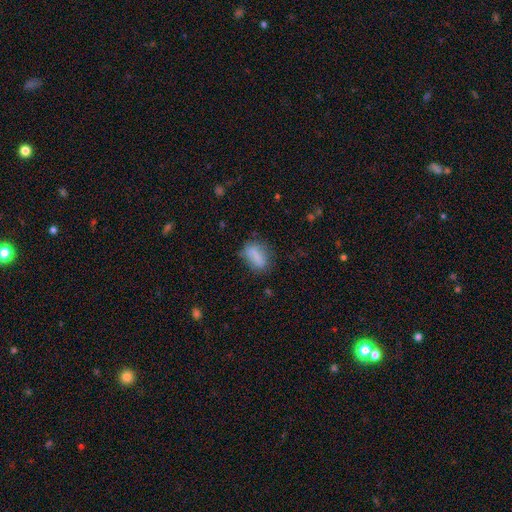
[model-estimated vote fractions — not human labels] A smooth galaxy with no disk features (77%) that is in between round and cigar-shaped (82%).

Vote fractions:
- Smooth or featured? smooth: 77% / featured or disk: 13% / star or artifact: 9%
- How rounded? in between: 82% / round: 12% / cigar-shaped: 6%
- Merging? none: 63% / minor disturbance: 23% / major disturbance: 10% / merger: 4%